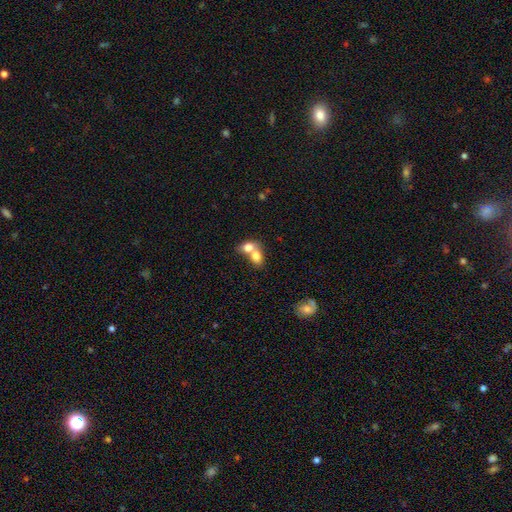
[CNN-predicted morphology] Smooth or featured? Predicted: smooth (p=0.76). How rounded? Predicted: in between (p=0.64). Merging? Predicted: merger (p=0.74).